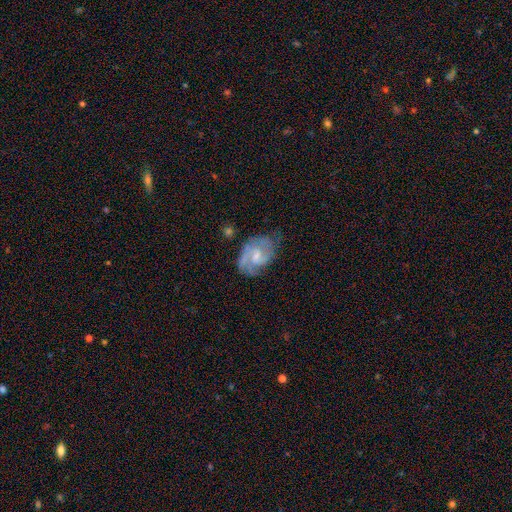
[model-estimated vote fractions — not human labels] Smooth or featured: featured or disk — 75% (smooth — 19%)
Edge-on disk: no — 97% (yes — 3%)
Bar: weak — 56% (no — 35%)
Spiral arms: yes — 89% (no — 11%)
Spiral winding: medium — 47% (tight — 34%)
Spiral arm count: 2 — 54% (can't tell — 22%)
Bulge size: small — 46% (moderate — 38%)
Merging: none — 52% (minor disturbance — 29%)